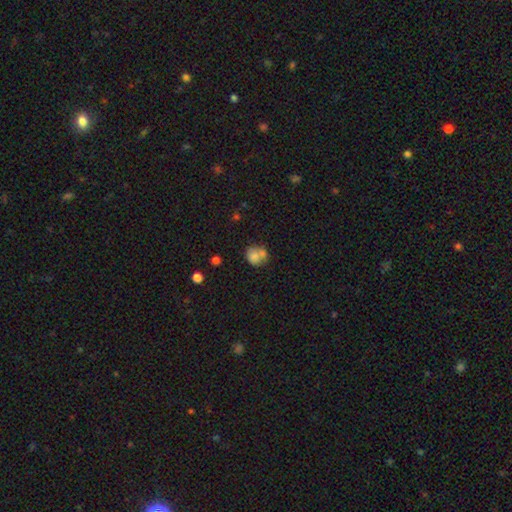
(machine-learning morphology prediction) A smooth galaxy with no disk features (75%) that is round (71%).

Vote fractions:
- Smooth or featured? smooth: 75% / featured or disk: 15% / star or artifact: 10%
- How rounded? round: 71% / in between: 28% / cigar-shaped: 1%
- Merging? none: 40% / merger: 38% / minor disturbance: 16% / major disturbance: 6%